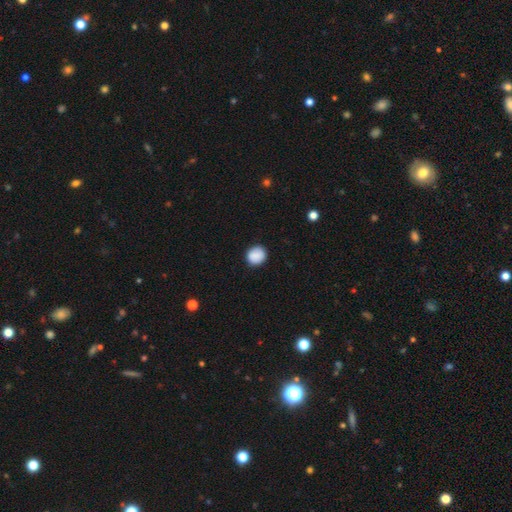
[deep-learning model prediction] smooth 89%, star or artifact 8%, featured or disk 4%. Down the decision tree: how rounded — round (80%); merging — none (88%).